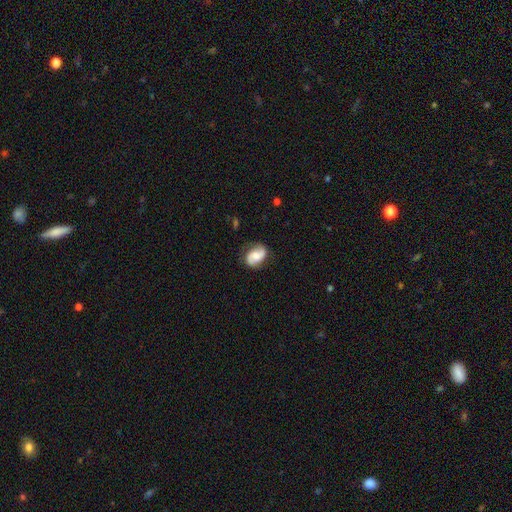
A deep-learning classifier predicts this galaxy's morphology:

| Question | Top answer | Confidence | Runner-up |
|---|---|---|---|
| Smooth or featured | featured or disk | 70% | smooth (24%) |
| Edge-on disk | no | 98% | yes (2%) |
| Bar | no | 57% | weak (34%) |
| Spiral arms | yes | 94% | no (6%) |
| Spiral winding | medium | 40% | loose (39%) |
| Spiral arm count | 2 | 90% | can't tell (4%) |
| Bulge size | moderate | 55% | small (28%) |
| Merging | none | 77% | minor disturbance (16%) |